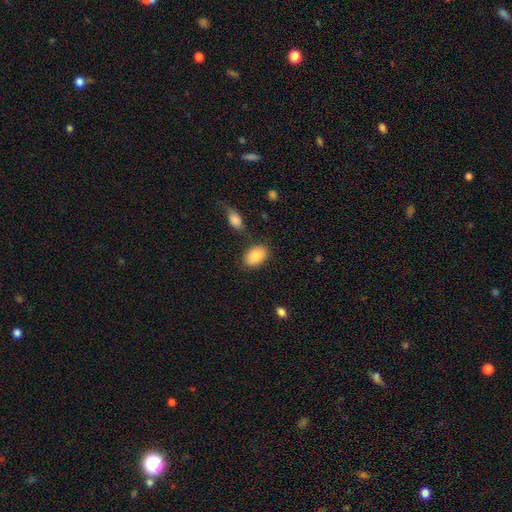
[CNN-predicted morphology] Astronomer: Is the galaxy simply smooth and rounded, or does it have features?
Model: smooth — 87%.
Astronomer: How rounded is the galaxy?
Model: in between — 90%.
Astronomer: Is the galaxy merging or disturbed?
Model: none — 79%.